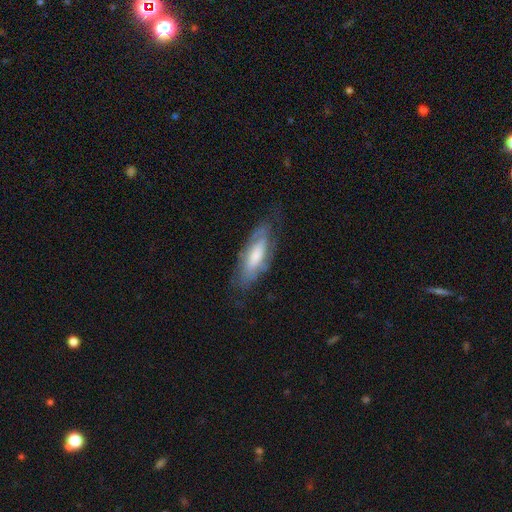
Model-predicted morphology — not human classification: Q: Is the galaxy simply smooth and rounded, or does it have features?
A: featured or disk — 49%.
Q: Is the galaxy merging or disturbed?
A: none — 61%.